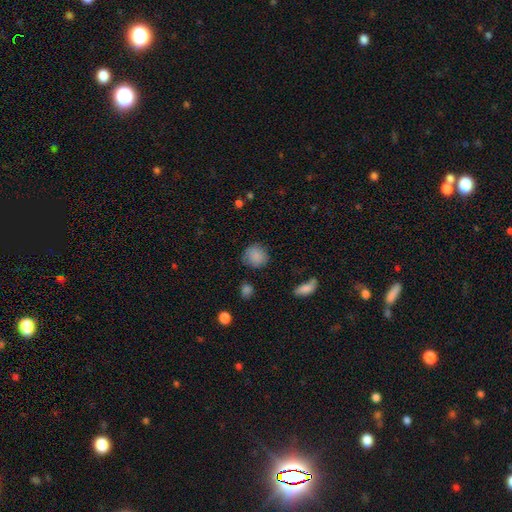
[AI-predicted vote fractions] Smooth or featured: smooth — 85% (star or artifact — 9%)
How rounded: round — 85% (in between — 14%)
Merging: none — 77% (minor disturbance — 17%)